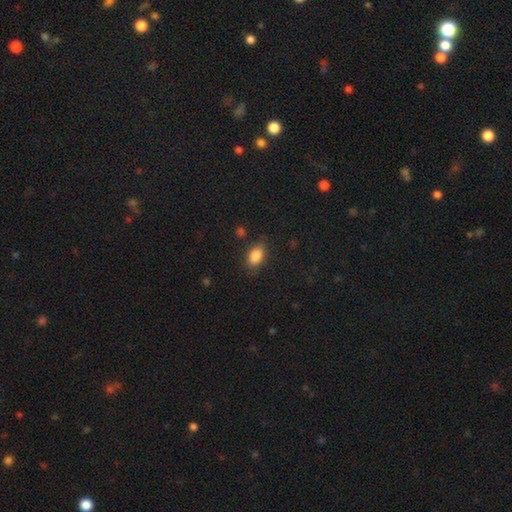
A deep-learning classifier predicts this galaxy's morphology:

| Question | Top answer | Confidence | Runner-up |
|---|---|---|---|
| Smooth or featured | smooth | 85% | star or artifact (9%) |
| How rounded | in between | 86% | round (11%) |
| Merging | none | 79% | minor disturbance (15%) |